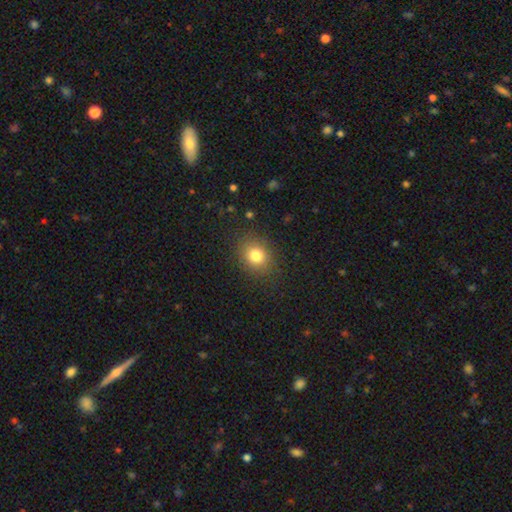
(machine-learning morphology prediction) A smooth galaxy with no disk features (81%) that is round (60%).

Vote fractions:
- Smooth or featured? smooth: 81% / star or artifact: 11% / featured or disk: 8%
- How rounded? round: 60% / in between: 39% / cigar-shaped: 1%
- Merging? none: 86% / minor disturbance: 10% / major disturbance: 4% / merger: 1%